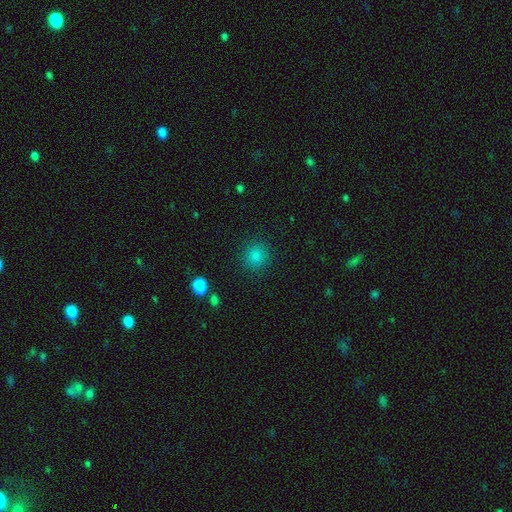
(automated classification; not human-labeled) Smooth or featured: smooth — 80% (star or artifact — 16%)
How rounded: round — 91% (in between — 8%)
Merging: none — 90% (minor disturbance — 6%)